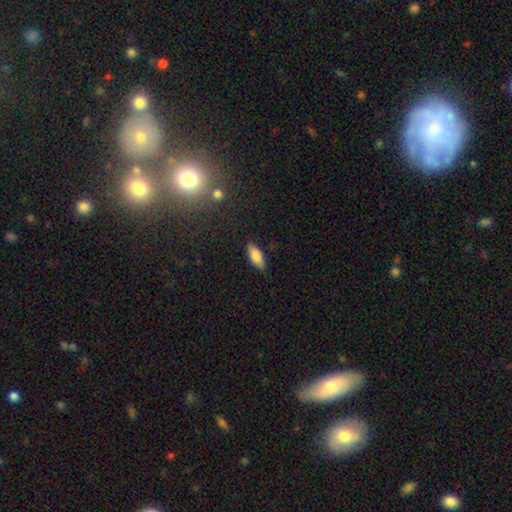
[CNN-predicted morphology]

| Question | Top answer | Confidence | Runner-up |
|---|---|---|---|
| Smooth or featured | smooth | 83% | featured or disk (11%) |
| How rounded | in between | 78% | cigar-shaped (20%) |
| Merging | none | 84% | minor disturbance (12%) |